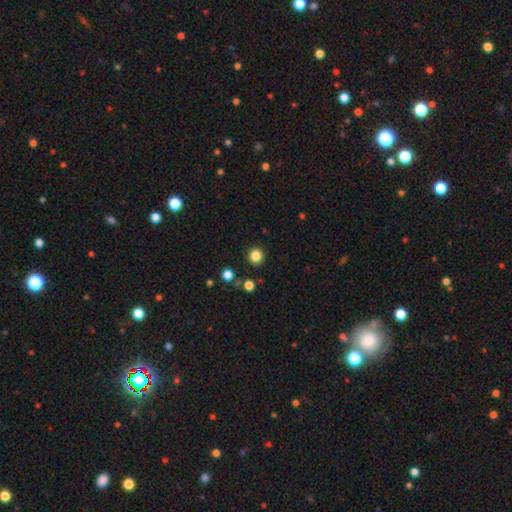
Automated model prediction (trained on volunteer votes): smooth 84%, star or artifact 12%, featured or disk 4%. Down the decision tree: how rounded — round (90%); merging — none (90%).